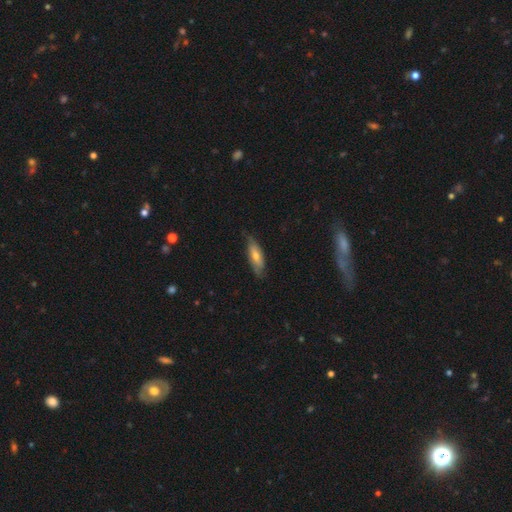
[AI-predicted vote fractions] A smooth galaxy with no disk features (54%) that is in between round and cigar-shaped (54%).

Vote fractions:
- Smooth or featured? smooth: 54% / featured or disk: 39% / star or artifact: 7%
- How rounded? in between: 54% / cigar-shaped: 44% / round: 2%
- Merging? none: 74% / minor disturbance: 21% / major disturbance: 4% / merger: 1%